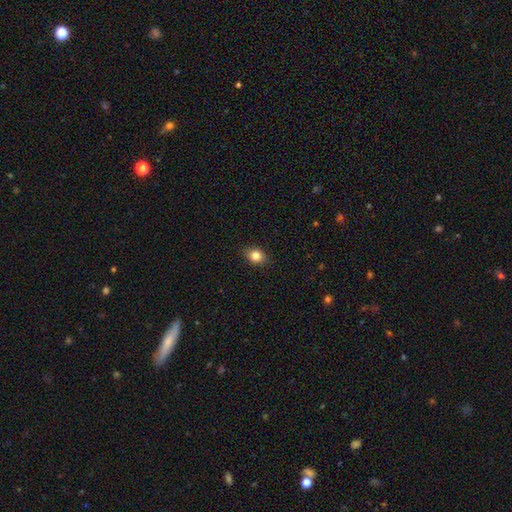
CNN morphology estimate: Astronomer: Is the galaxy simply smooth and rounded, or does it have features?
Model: smooth — 84%.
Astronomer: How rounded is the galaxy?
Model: in between — 57% (runner-up: round, 42%).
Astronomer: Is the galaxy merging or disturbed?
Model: none — 89%.